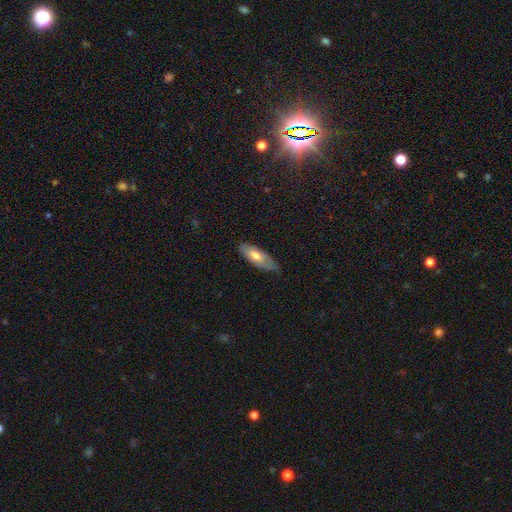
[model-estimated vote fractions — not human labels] smooth-or-featured: smooth: 62% | featured or disk: 31% | star or artifact: 6%
  how-rounded: in between: 73% | cigar-shaped: 25% | round: 2%
  merging: none: 67% | minor disturbance: 27% | major disturbance: 4% | merger: 1%